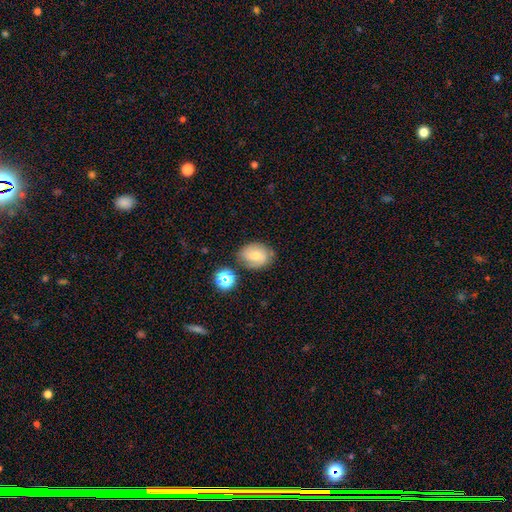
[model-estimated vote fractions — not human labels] smooth-or-featured: smooth: 57% | featured or disk: 31% | star or artifact: 12%
  how-rounded: in between: 51% | round: 48% | cigar-shaped: 1%
  merging: none: 69% | minor disturbance: 20% | merger: 6% | major disturbance: 5%